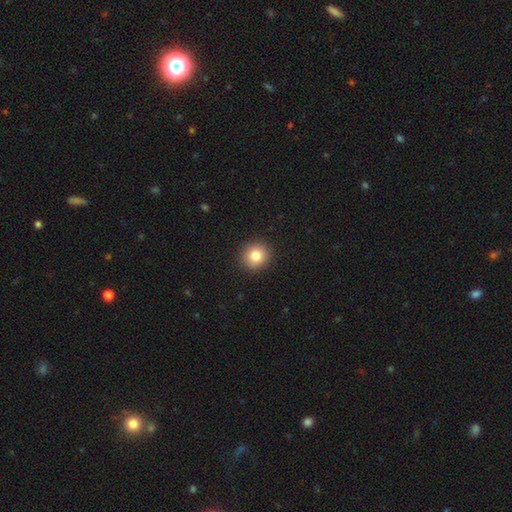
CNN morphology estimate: Smooth or featured?
  - smooth: 82% *
  - star or artifact: 10%
  - featured or disk: 8%
How rounded?
  - round: 89% *
  - in between: 10%
  - cigar-shaped: 1%
Merging?
  - none: 92% *
  - minor disturbance: 5%
  - major disturbance: 2%
  - merger: 1%